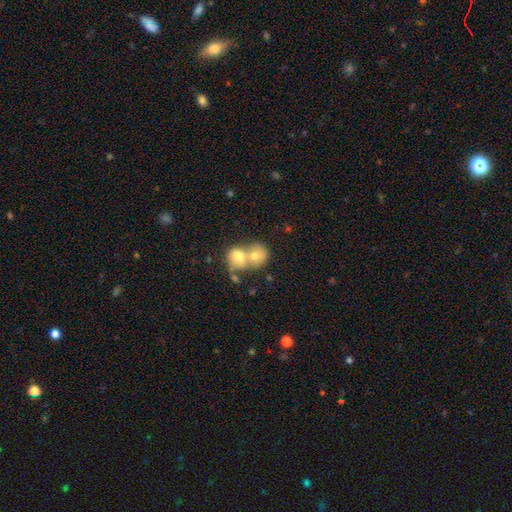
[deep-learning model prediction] Smooth or featured: smooth — 70% (featured or disk — 21%)
How rounded: round — 63% (in between — 36%)
Merging: merger — 75% (none — 17%)